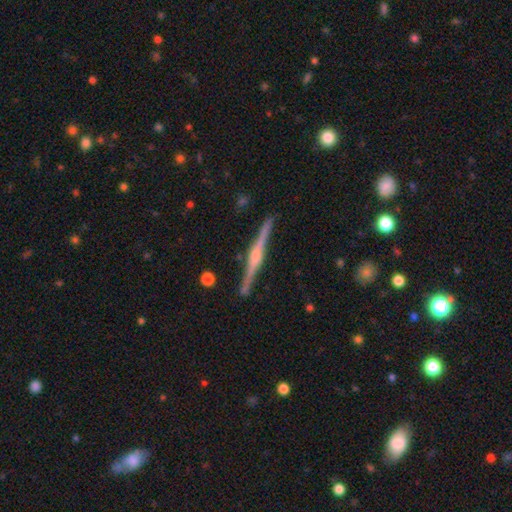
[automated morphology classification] This is clearly a featured or disk galaxy (84%). It is clearly viewed edge-on (98%). Edge-on bulge: likely rounded (72%). Merging: clearly none (91%).